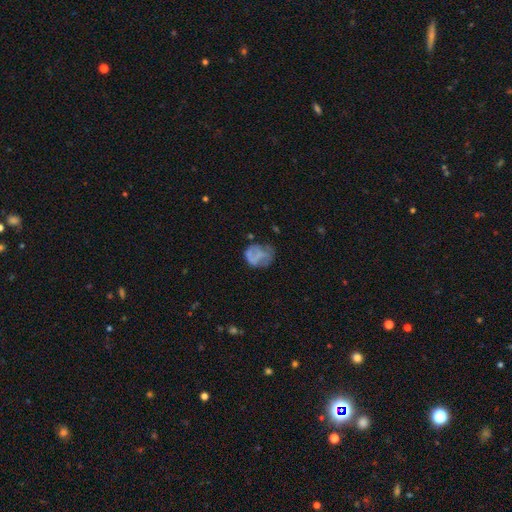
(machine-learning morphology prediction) This appears to be a smooth galaxy with no disk features (54%) that is round (55%). Merging: none (38%).